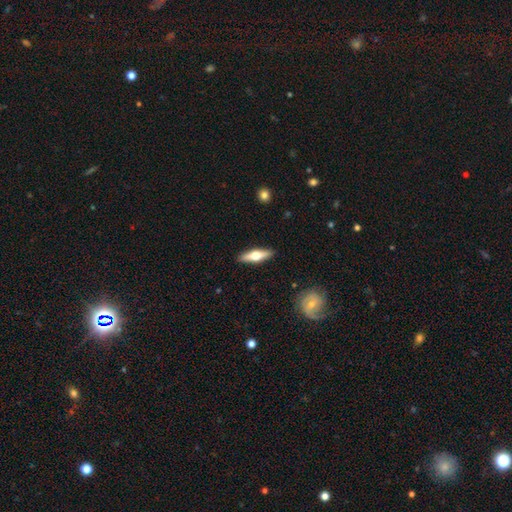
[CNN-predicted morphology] Overall: featured or disk (51%; smooth 44%). Edge-on disk: yes (91%). Merging: none (90%).